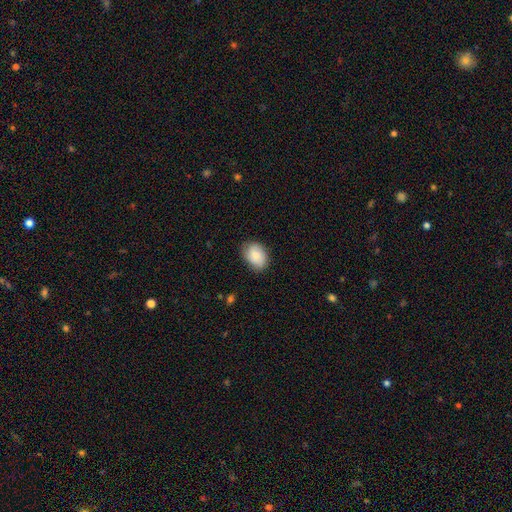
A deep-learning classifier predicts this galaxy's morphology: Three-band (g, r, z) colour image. It shows a smooth galaxy with no disk features (82%) that is in between round and cigar-shaped (77%). Merging: none (79%).